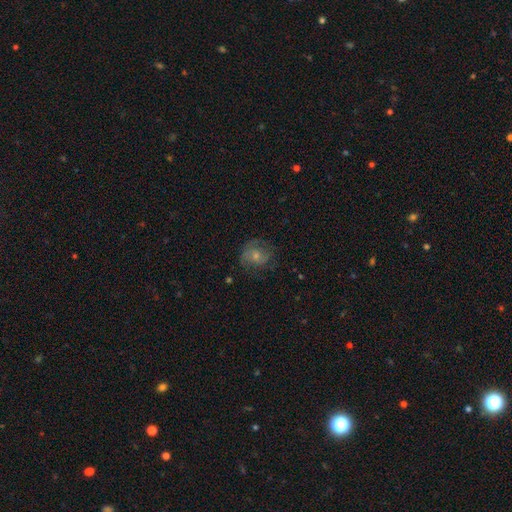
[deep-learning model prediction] smooth_or_featured: smooth (p=0.48) [alt: featured or disk p=0.42]
merging: none (p=0.60) [alt: minor disturbance p=0.23]